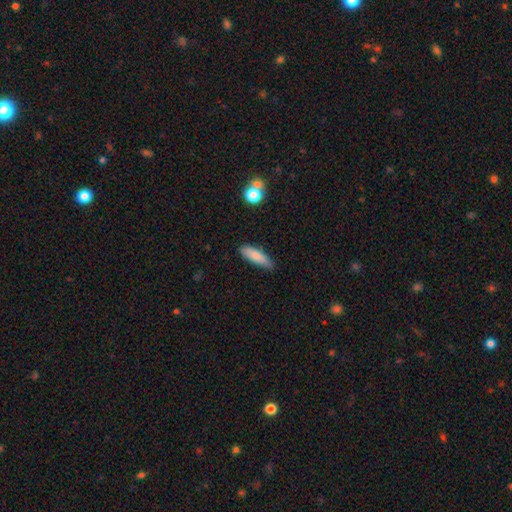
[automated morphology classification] This appears to be a smooth galaxy with no disk features (81%) that is cigar-shaped (54%). Merging: none (76%).